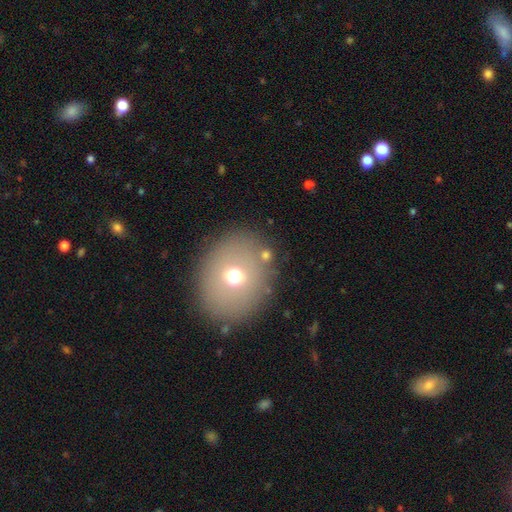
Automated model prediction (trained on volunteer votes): A smooth galaxy with no disk features (65%) that is round (66%). Merging: none (85%).